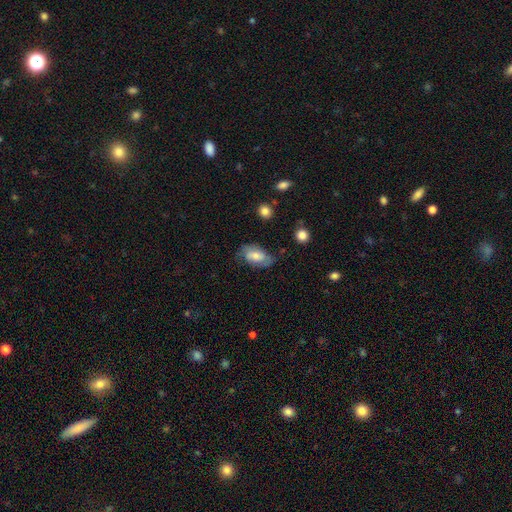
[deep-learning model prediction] smooth_or_featured: smooth (p=0.55) [alt: featured or disk p=0.38]
how_rounded: in between (p=0.90) [alt: round p=0.07]
merging: none (p=0.58) [alt: minor disturbance p=0.29]